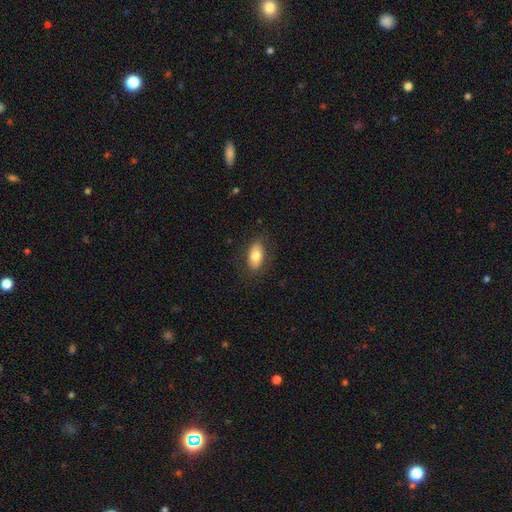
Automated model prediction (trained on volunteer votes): Q: Smooth or featured?
A: smooth (74%); runner-up: featured or disk (19%)
Q: How rounded?
A: in between (91%); runner-up: round (5%)
Q: Merging?
A: none (83%); runner-up: minor disturbance (12%)